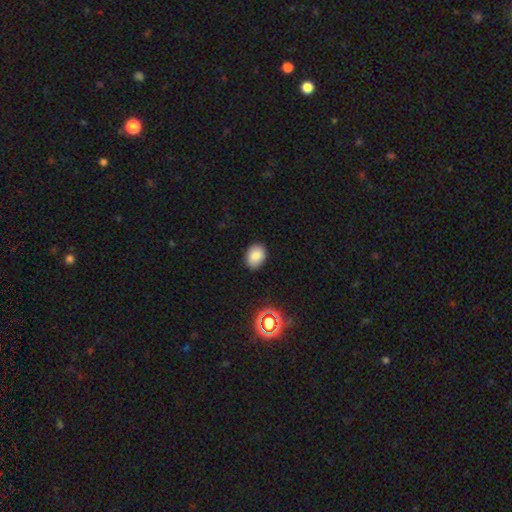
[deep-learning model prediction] A smooth galaxy with no disk features (84%) that is in between round and cigar-shaped (74%).

Vote fractions:
- Smooth or featured? smooth: 84% / star or artifact: 10% / featured or disk: 6%
- How rounded? in between: 74% / round: 25% / cigar-shaped: 1%
- Merging? none: 86% / minor disturbance: 10% / major disturbance: 2% / merger: 1%